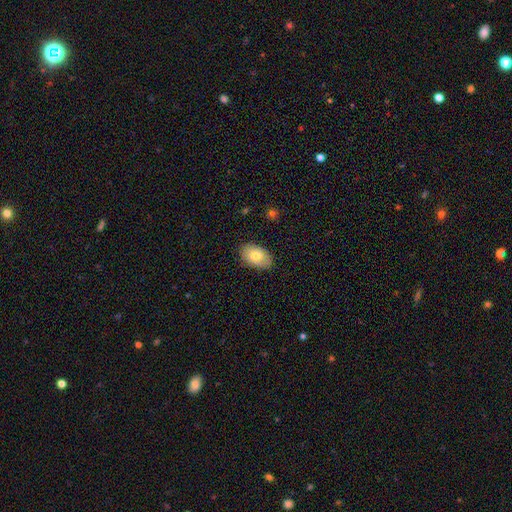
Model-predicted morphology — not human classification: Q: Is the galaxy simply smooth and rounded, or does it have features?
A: smooth — 77%.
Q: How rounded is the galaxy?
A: in between — 92%.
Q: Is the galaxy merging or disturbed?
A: none — 85%.